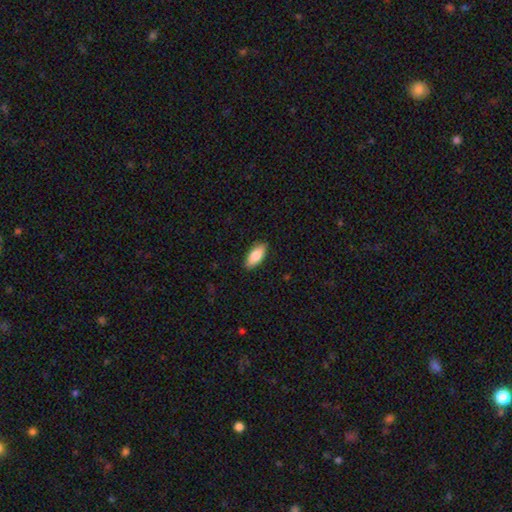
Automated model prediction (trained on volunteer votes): Smooth or featured?
  - smooth: 82% *
  - featured or disk: 12%
  - star or artifact: 6%
How rounded?
  - in between: 84% *
  - cigar-shaped: 13%
  - round: 2%
Merging?
  - none: 88% *
  - minor disturbance: 9%
  - major disturbance: 2%
  - merger: 1%